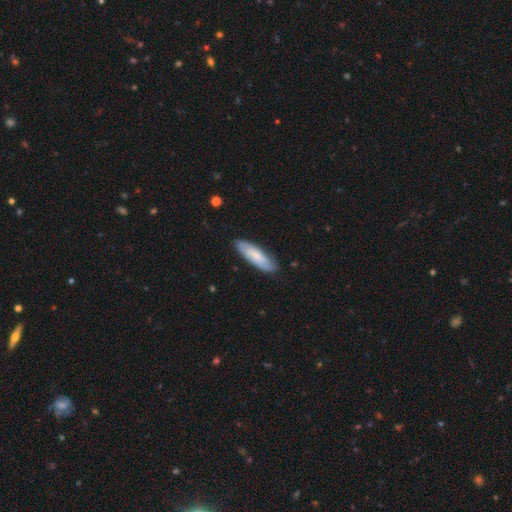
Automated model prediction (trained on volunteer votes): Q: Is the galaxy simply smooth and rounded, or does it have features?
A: smooth — 67%.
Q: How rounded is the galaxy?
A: cigar-shaped — 55%.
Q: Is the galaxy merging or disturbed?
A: none — 83%.